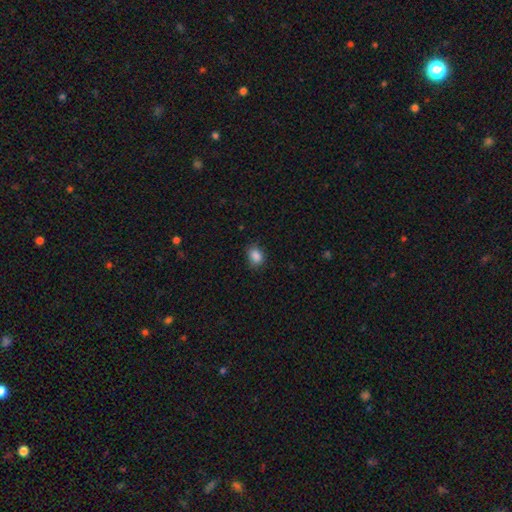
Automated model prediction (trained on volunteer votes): A smooth galaxy with no disk features (87%) that is in between round and cigar-shaped (65%).

Vote fractions:
- Smooth or featured? smooth: 87% / star or artifact: 9% / featured or disk: 4%
- How rounded? in between: 65% / round: 33% / cigar-shaped: 1%
- Merging? none: 79% / minor disturbance: 16% / major disturbance: 4% / merger: 1%